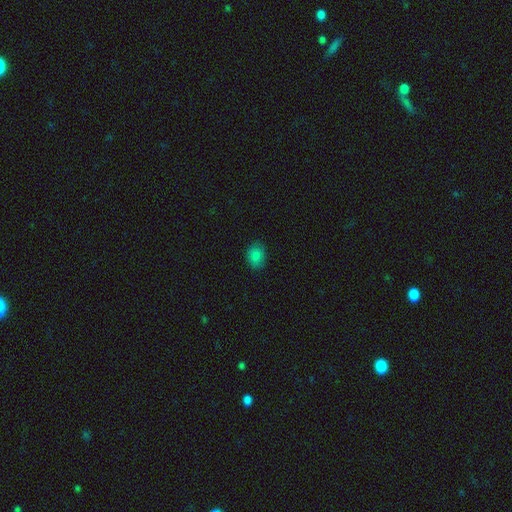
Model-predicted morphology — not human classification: Overall: smooth (84%). How rounded: in between (59%; round 40%). Merging: none (85%).